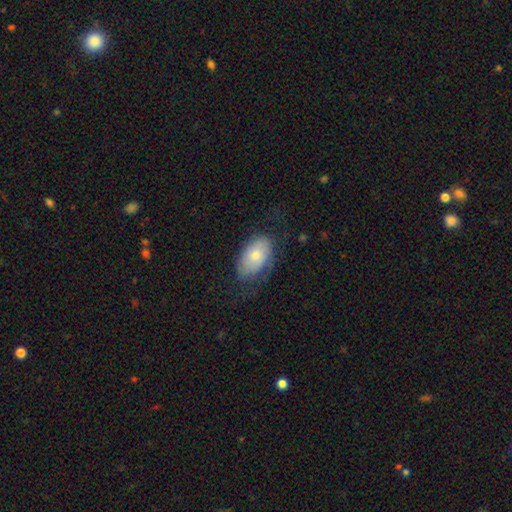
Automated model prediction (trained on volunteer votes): Smooth or featured? smooth (66%)
How rounded? in between (93%)
Merging? none (65%)